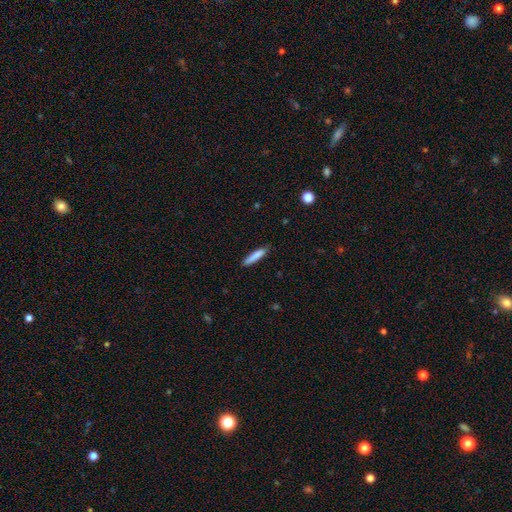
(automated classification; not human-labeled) A smooth galaxy with no disk features (81%) that is cigar-shaped (88%). Merging: none (83%).